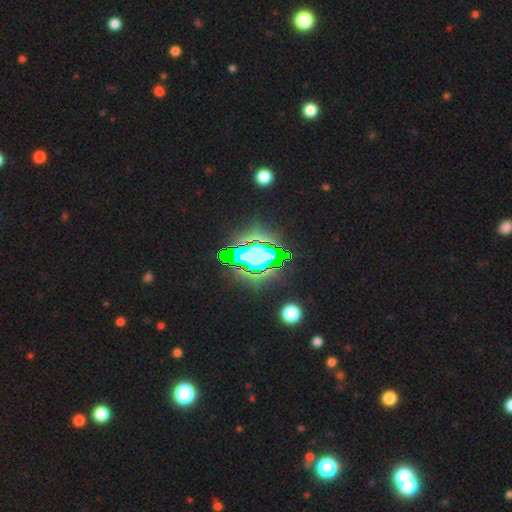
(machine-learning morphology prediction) Overall: star or artifact (69%).